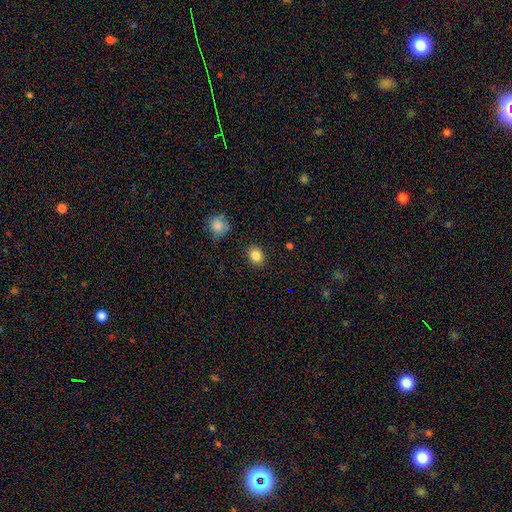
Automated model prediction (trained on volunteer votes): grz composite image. It shows a smooth galaxy with no disk features (84%) that is in between round and cigar-shaped (52%). Merging: none (88%).